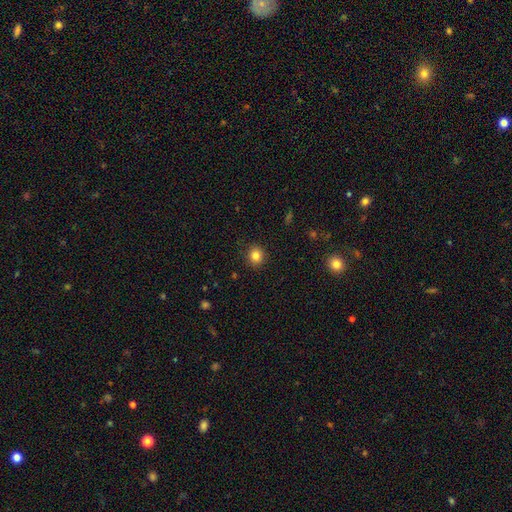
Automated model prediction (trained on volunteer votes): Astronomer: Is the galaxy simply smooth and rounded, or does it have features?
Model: smooth — 83%.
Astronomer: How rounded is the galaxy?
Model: round — 86%.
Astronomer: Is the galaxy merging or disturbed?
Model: none — 91%.